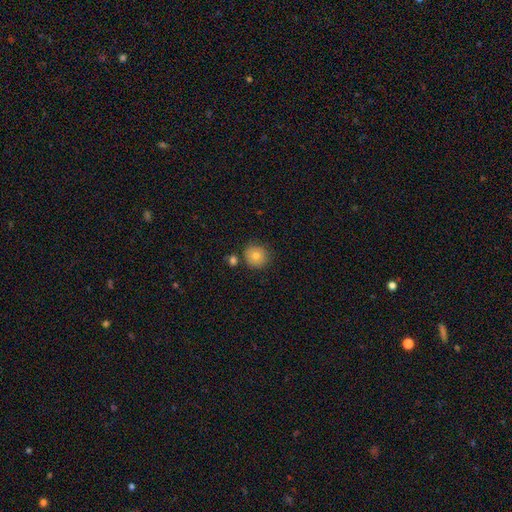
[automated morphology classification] type=smooth (78%); roundness=round (92%); merging=none (81%).